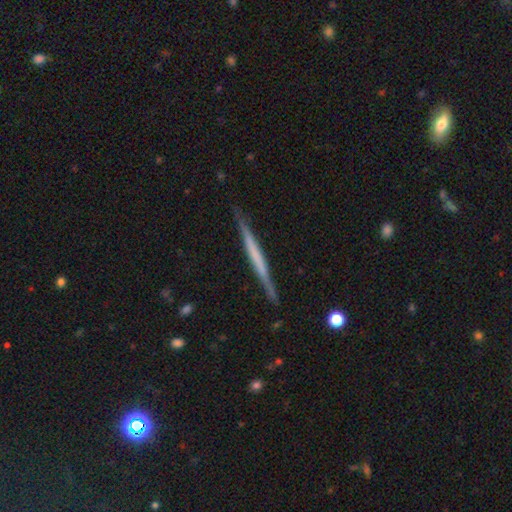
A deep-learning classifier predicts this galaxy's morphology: Overall: featured or disk (60%; smooth 35%). Edge-on disk: yes (98%). Edge-on bulge: none (82%). Merging: none (89%).